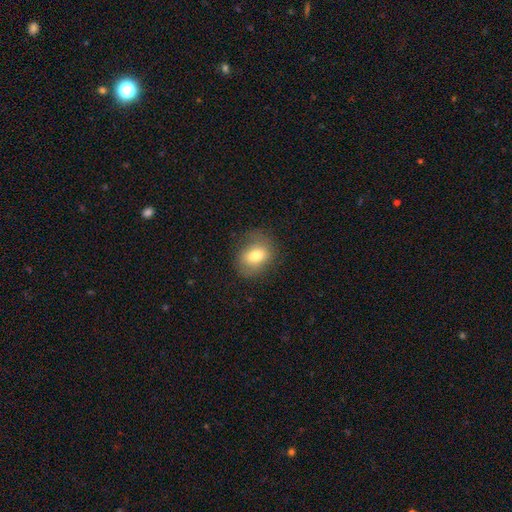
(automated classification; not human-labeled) smooth 74%, featured or disk 17%, star or artifact 10%. Down the decision tree: how rounded — in between (56%); merging — none (76%).